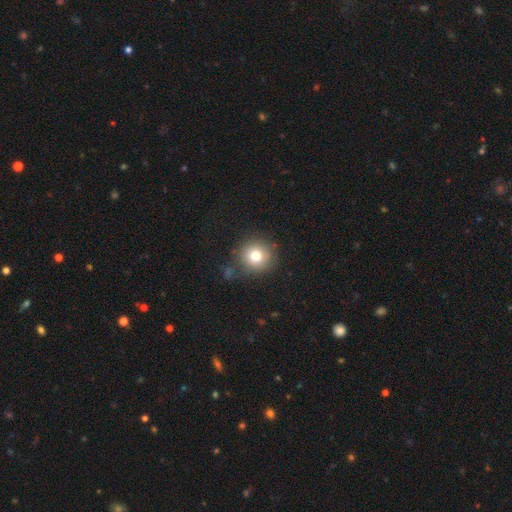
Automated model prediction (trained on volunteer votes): Q: Smooth or featured?
A: smooth (76%); runner-up: star or artifact (13%)
Q: How rounded?
A: round (93%); runner-up: in between (6%)
Q: Merging?
A: none (82%); runner-up: minor disturbance (11%)